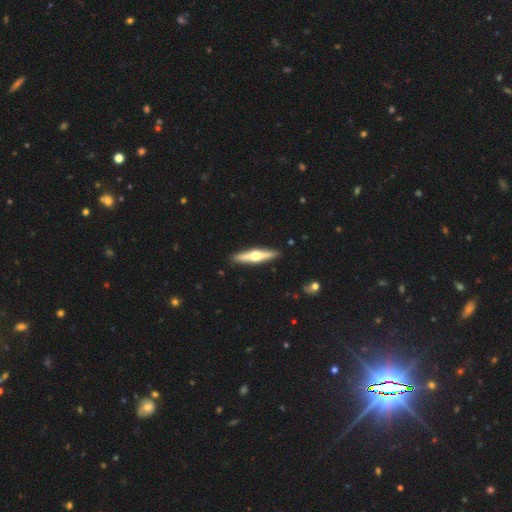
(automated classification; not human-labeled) Smooth or featured? Predicted: featured or disk (p=0.67). Edge-on disk? Predicted: yes (p=0.97). Edge-on bulge? Predicted: rounded (p=0.95). Merging? Predicted: none (p=0.91).